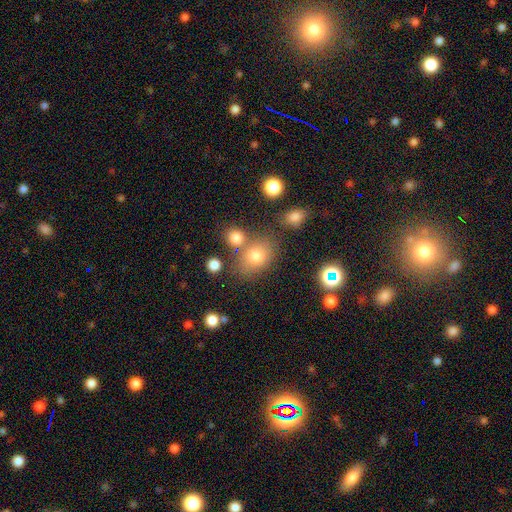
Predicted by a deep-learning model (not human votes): Smooth or featured?
  - smooth: 76% *
  - star or artifact: 14%
  - featured or disk: 11%
How rounded?
  - in between: 58% *
  - round: 41%
  - cigar-shaped: 1%
Merging?
  - none: 62% *
  - merger: 18%
  - minor disturbance: 14%
  - major disturbance: 5%